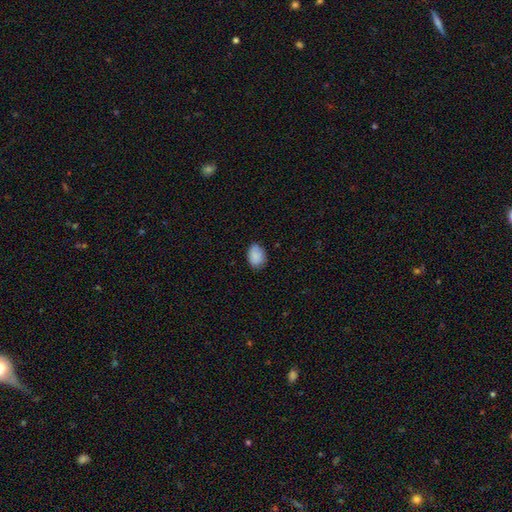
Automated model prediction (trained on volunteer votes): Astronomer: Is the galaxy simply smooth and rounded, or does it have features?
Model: smooth — 86%.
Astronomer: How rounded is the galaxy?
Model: in between — 73%.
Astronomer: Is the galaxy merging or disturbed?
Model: none — 73%.